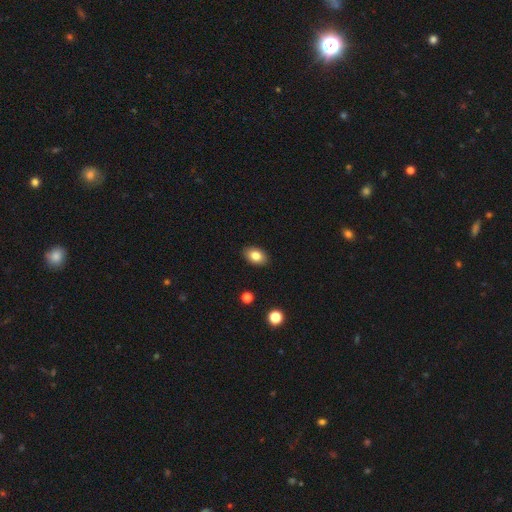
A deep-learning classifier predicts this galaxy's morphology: type=smooth (83%); roundness=in between (85%); merging=none (89%).